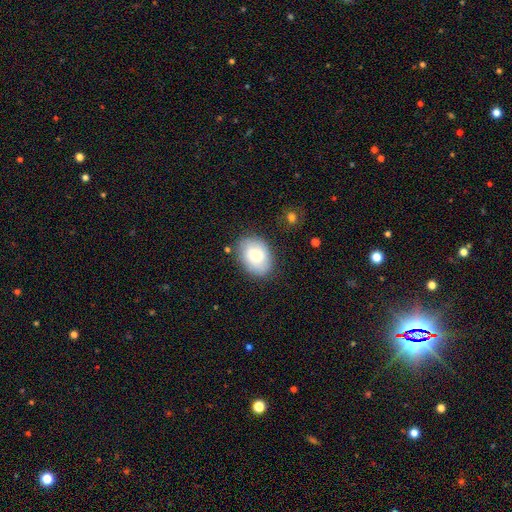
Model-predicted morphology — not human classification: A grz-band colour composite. It shows a smooth galaxy with no disk features (74%) that is in between round and cigar-shaped (75%). Merging: none (79%).